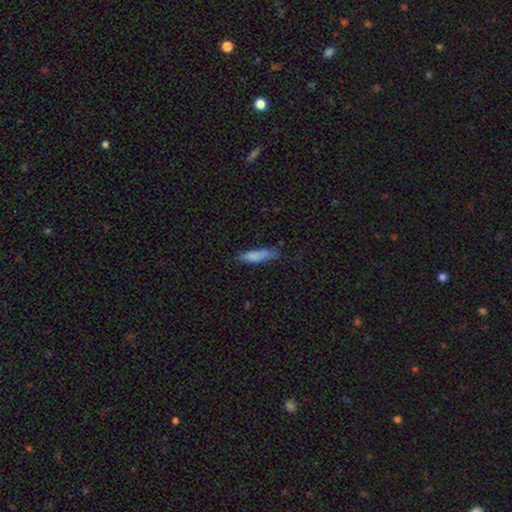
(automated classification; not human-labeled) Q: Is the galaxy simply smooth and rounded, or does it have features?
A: smooth — 80%.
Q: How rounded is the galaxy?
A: cigar-shaped — 71%.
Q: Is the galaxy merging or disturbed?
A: none — 69%.